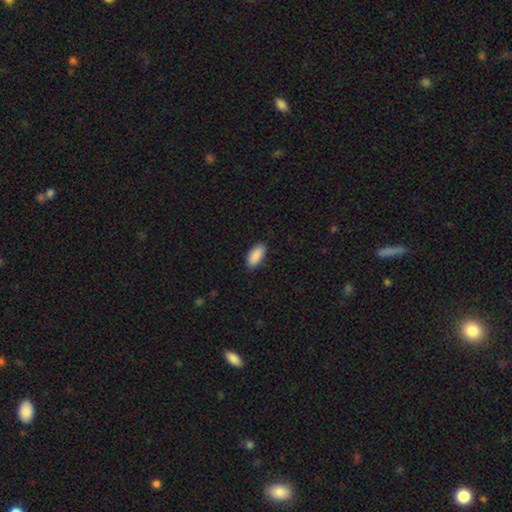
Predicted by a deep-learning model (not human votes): Morphology: type=smooth (91%); roundness=in between (90%); merging=none (87%).